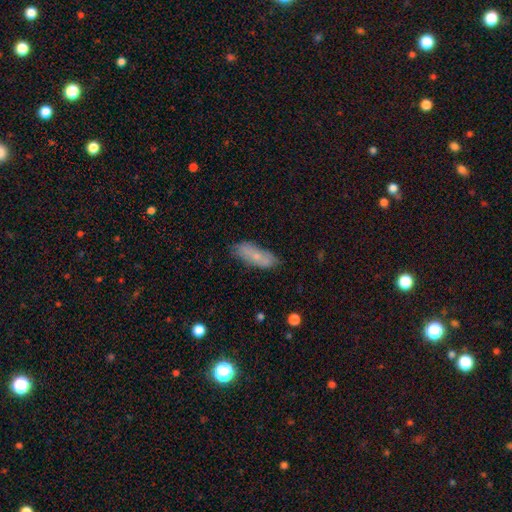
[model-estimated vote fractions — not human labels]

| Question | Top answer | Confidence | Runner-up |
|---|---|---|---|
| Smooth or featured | smooth | 62% | featured or disk (31%) |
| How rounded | in between | 63% | cigar-shaped (35%) |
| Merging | none | 74% | minor disturbance (19%) |